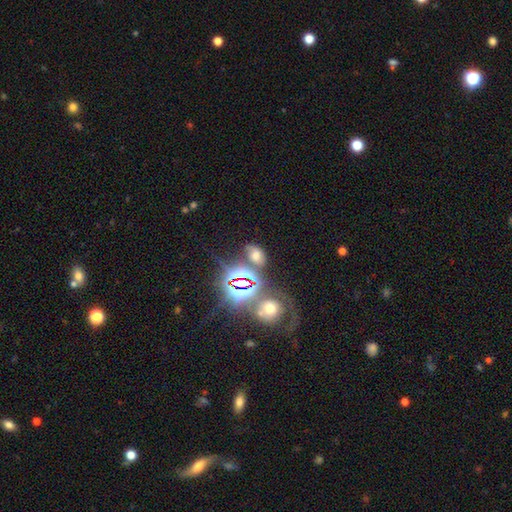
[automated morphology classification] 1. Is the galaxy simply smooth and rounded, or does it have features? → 44% smooth, 39% star or artifact, 17% featured or disk.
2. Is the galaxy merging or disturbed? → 60% none, 17% minor disturbance, 12% merger, 11% major disturbance.